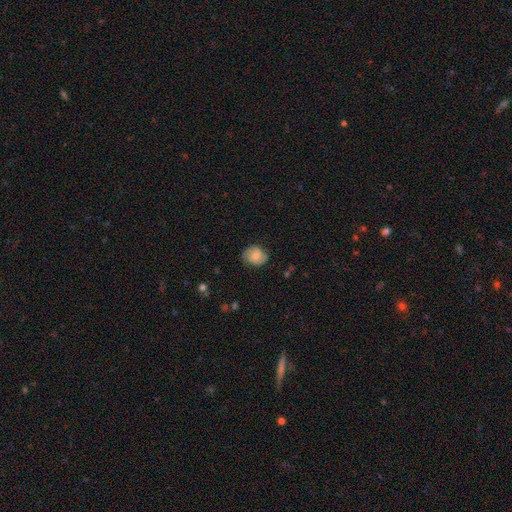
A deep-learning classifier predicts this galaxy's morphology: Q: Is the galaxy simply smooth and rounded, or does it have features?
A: smooth — 72%.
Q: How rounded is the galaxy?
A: round — 56%.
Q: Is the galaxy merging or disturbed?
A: none — 76%.